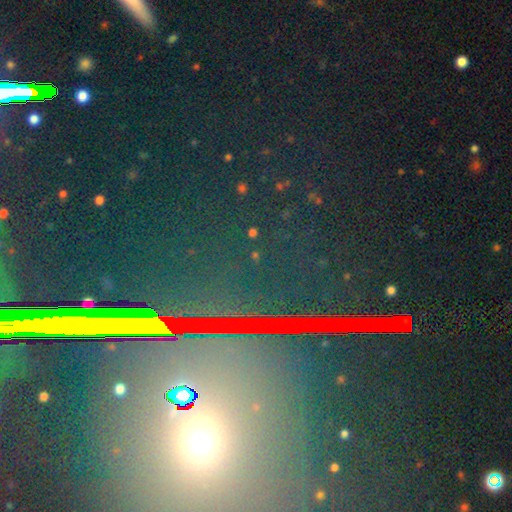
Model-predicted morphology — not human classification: A star or artifact, not a galaxy (81%).